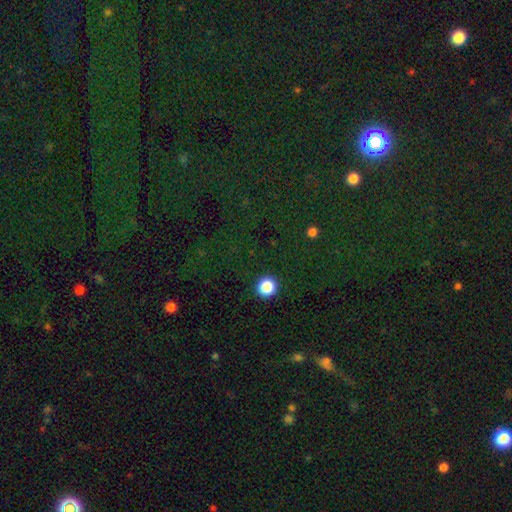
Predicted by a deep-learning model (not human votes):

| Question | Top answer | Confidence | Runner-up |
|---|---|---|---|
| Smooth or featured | star or artifact | 74% | smooth (18%) |